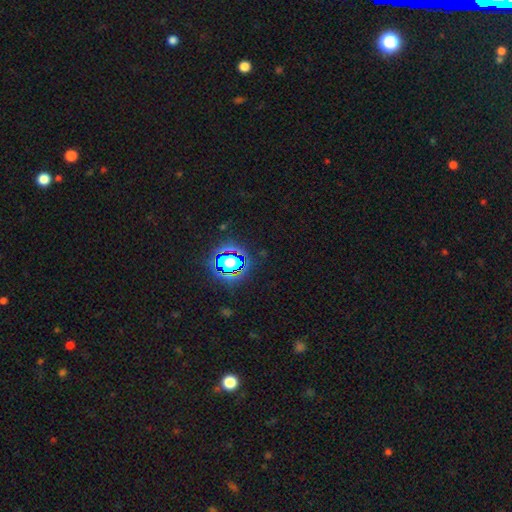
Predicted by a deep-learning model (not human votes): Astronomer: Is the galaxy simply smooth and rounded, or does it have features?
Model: star or artifact — 81%.